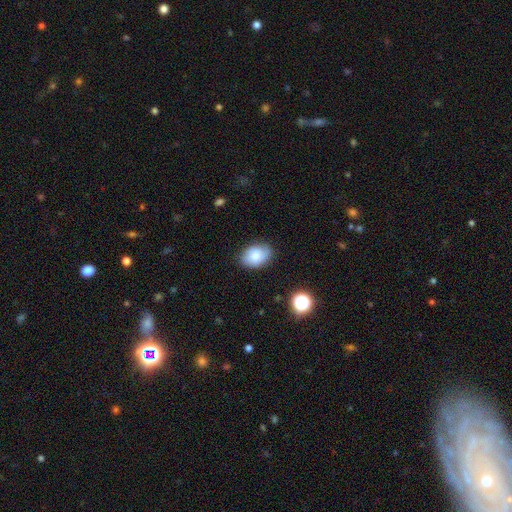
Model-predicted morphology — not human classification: smooth_or_featured: smooth (p=0.70) [alt: featured or disk p=0.21]
how_rounded: in between (p=0.79) [alt: round p=0.20]
merging: none (p=0.78) [alt: minor disturbance p=0.17]